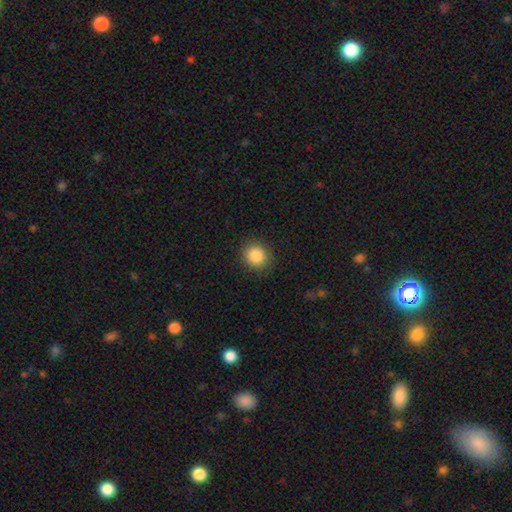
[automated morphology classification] This is clearly a smooth galaxy (86%). How rounded: likely round (79%). Merging: clearly none (89%).